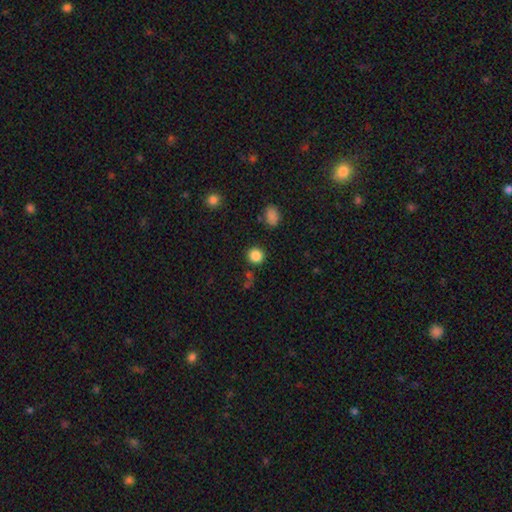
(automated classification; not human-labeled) Smooth or featured?
  - smooth: 85% *
  - star or artifact: 12%
  - featured or disk: 4%
How rounded?
  - round: 91% *
  - in between: 8%
  - cigar-shaped: 1%
Merging?
  - none: 85% *
  - minor disturbance: 8%
  - merger: 4%
  - major disturbance: 3%